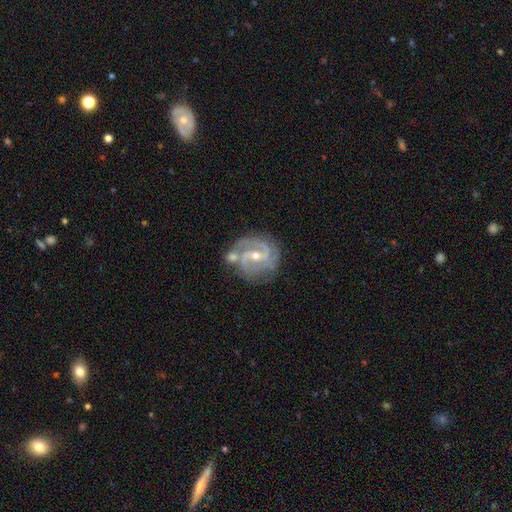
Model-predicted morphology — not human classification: The model was most divided on "spiral winding": tight: 46%, medium: 45%, loose: 9%. Remaining: spiral arms — yes (98%); edge-on disk — no (98%); smooth or featured — featured or disk (90%); merging — none (58%); spiral arm count — 2 (58%); bulge size — moderate (50%); bar — weak (46%).